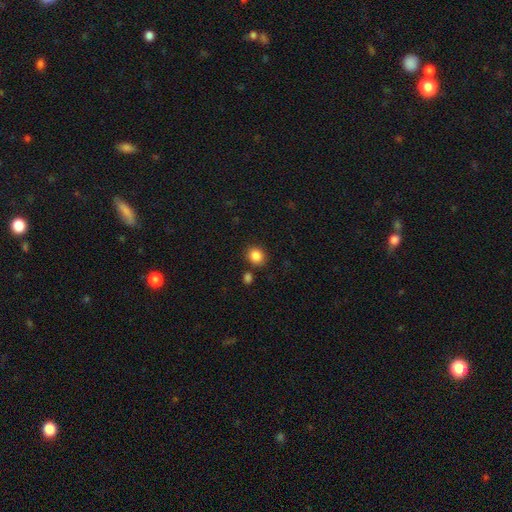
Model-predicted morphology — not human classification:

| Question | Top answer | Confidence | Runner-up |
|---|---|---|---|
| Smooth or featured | smooth | 86% | star or artifact (10%) |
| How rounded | round | 75% | in between (24%) |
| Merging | none | 82% | minor disturbance (9%) |